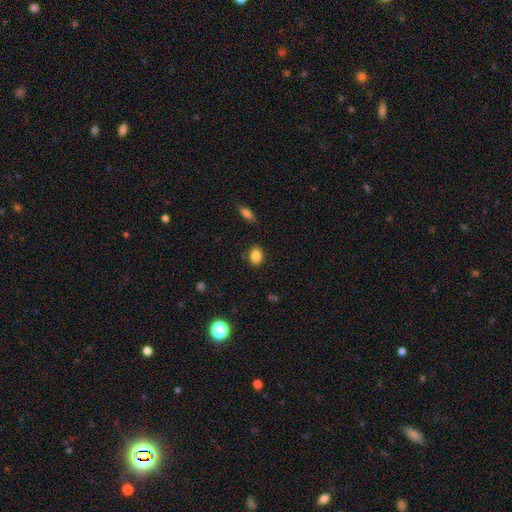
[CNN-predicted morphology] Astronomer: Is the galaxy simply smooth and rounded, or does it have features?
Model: smooth — 86%.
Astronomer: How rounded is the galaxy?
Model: in between — 72%.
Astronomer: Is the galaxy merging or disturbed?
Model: none — 86%.